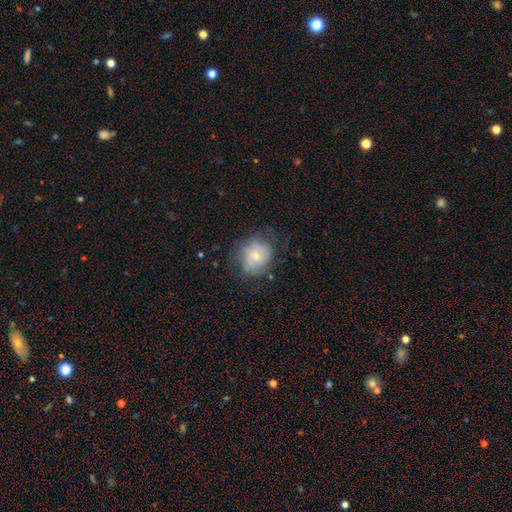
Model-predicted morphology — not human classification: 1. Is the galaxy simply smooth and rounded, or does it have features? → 48% featured or disk, 44% smooth, 8% star or artifact.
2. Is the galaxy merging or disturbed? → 57% none, 26% minor disturbance, 15% major disturbance, 2% merger.